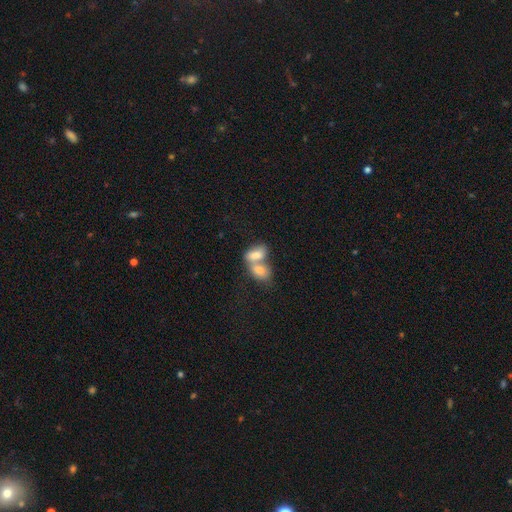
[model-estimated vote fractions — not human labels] smooth 76%, featured or disk 17%, star or artifact 7%. Down the decision tree: how rounded — in between (86%); merging — merger (75%).